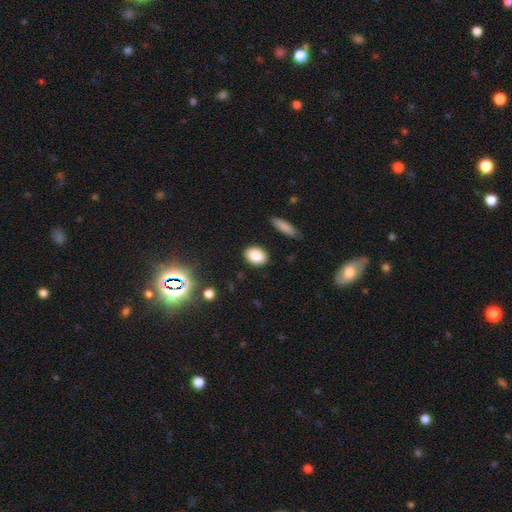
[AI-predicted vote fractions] Smooth or featured? smooth (86%)
How rounded? in between (73%)
Merging? none (87%)